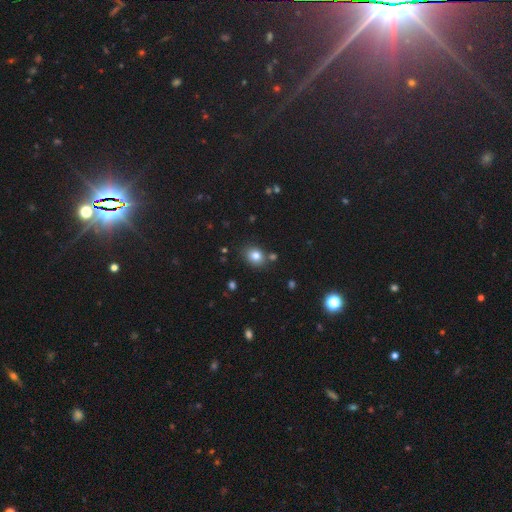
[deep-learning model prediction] Smooth or featured? Predicted: smooth (p=0.81). How rounded? Predicted: round (p=0.55). Merging? Predicted: none (p=0.78).